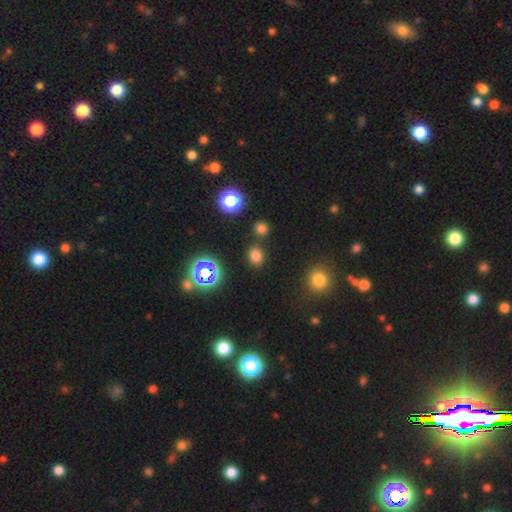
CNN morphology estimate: smooth 71%, star or artifact 23%, featured or disk 6%. Down the decision tree: how rounded — round (59%); merging — none (82%).